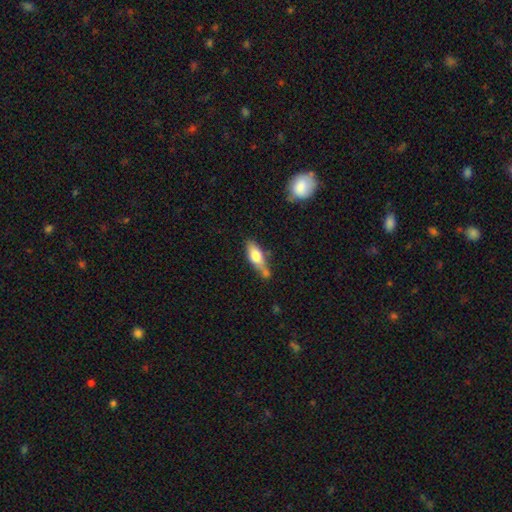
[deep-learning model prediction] smooth_or_featured: smooth (p=0.71) [alt: featured or disk p=0.22]
how_rounded: in between (p=0.67) [alt: cigar-shaped p=0.30]
merging: none (p=0.47) [alt: minor disturbance p=0.24]